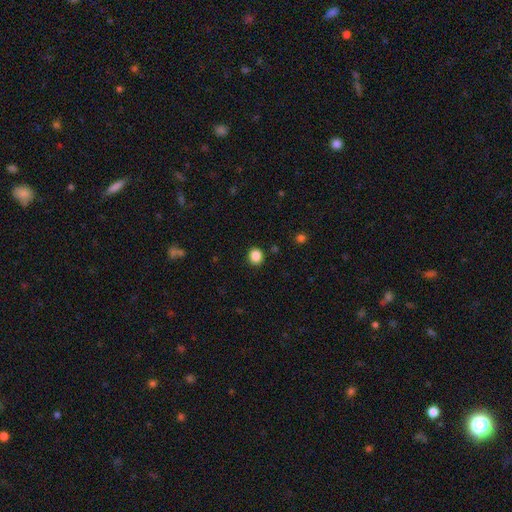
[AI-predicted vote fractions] Overall: smooth (87%). How rounded: round (82%). Merging: none (91%).